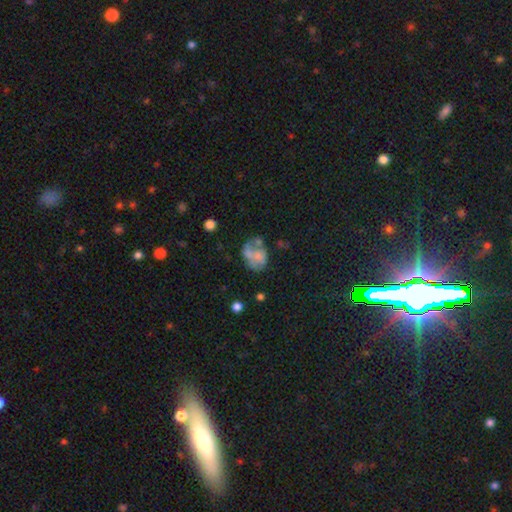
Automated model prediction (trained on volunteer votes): This appears to be a smooth galaxy with no disk features (50%) that is in between round and cigar-shaped (62%). Merging: none (29%).